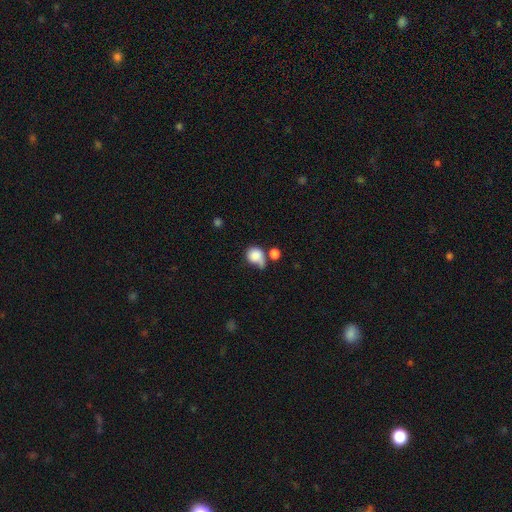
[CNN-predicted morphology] This appears to be a smooth galaxy with no disk features (80%) that is round (70%). Merging: merger (30%).